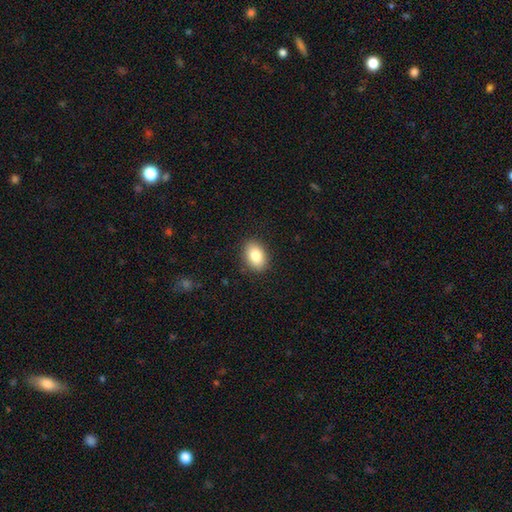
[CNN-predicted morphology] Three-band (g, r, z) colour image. It shows a smooth galaxy with no disk features (84%) that is in between round and cigar-shaped (79%). Merging: none (89%).